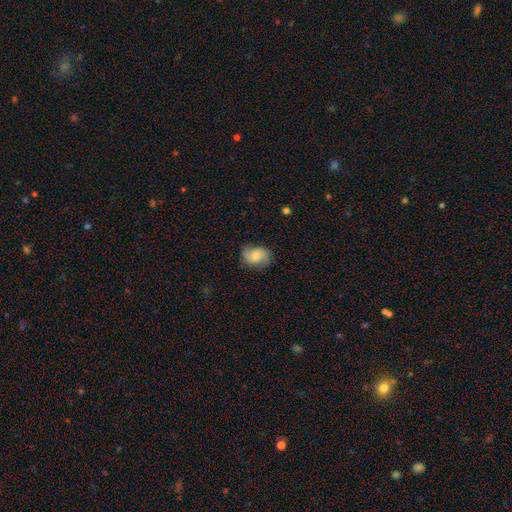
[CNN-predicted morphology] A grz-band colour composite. It shows a featured or disk galaxy (51%). Merging: none (72%).